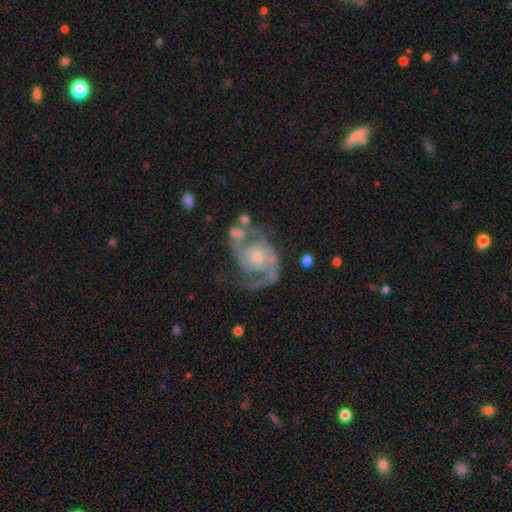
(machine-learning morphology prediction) Smooth or featured? Predicted: featured or disk (p=0.88). Edge-on disk? Predicted: no (p=0.98). Bar? Predicted: no (p=0.70). Spiral arms? Predicted: yes (p=0.96). Spiral winding? Predicted: medium (p=0.53). Spiral arm count? Predicted: 2 (p=0.83). Bulge size? Predicted: small (p=0.54). Merging? Predicted: none (p=0.51).